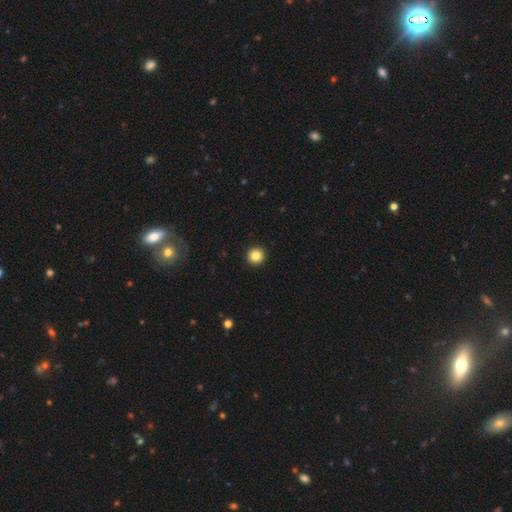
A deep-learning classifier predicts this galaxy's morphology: smooth-or-featured: smooth: 87% | star or artifact: 10% | featured or disk: 3%
  how-rounded: round: 96% | in between: 3% | cigar-shaped: 1%
  merging: none: 94% | minor disturbance: 4% | major disturbance: 1% | merger: 1%